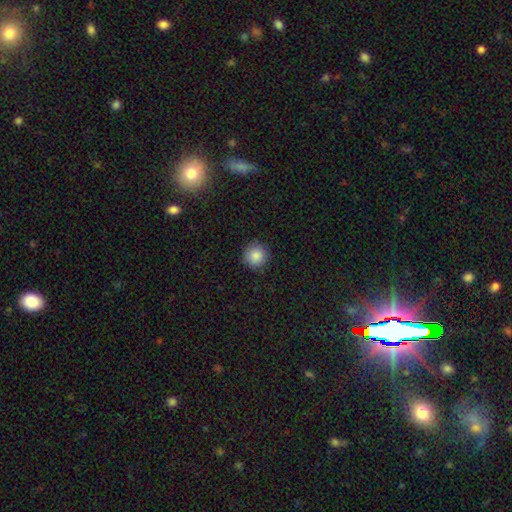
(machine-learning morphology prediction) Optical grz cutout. It shows a smooth galaxy with no disk features (86%) that is round (95%). Merging: none (90%).